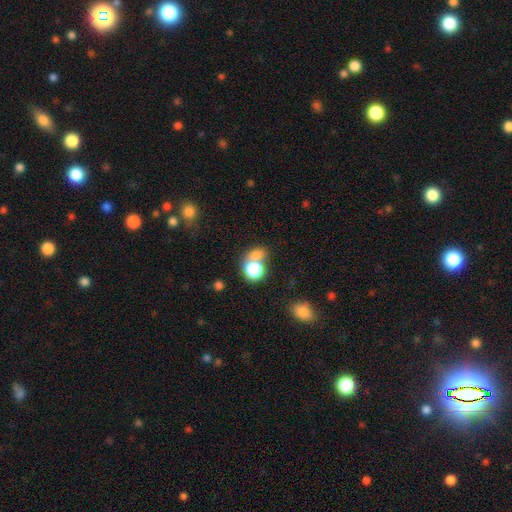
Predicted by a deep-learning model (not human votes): smooth 75%, featured or disk 13%, star or artifact 12%. Down the decision tree: how rounded — round (65%); merging — merger (53%).